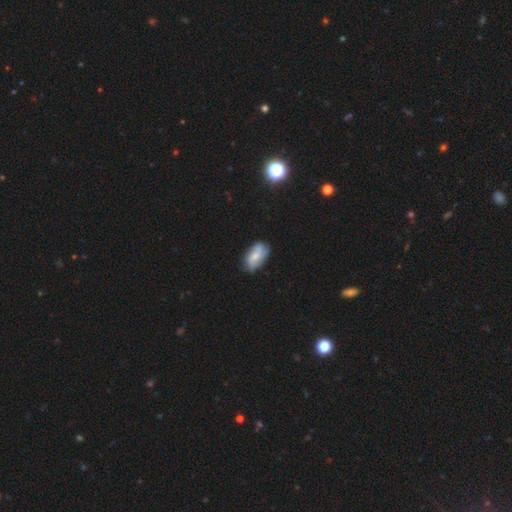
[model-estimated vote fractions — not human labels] smooth 63%, featured or disk 30%, star or artifact 7%. Down the decision tree: how rounded — in between (92%); merging — none (70%).